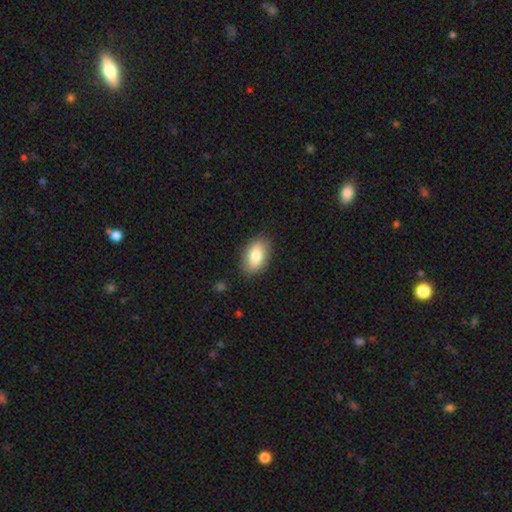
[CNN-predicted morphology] smooth_or_featured: smooth (p=0.79) [alt: featured or disk p=0.14]
how_rounded: in between (p=0.91) [alt: round p=0.07]
merging: none (p=0.86) [alt: minor disturbance p=0.11]